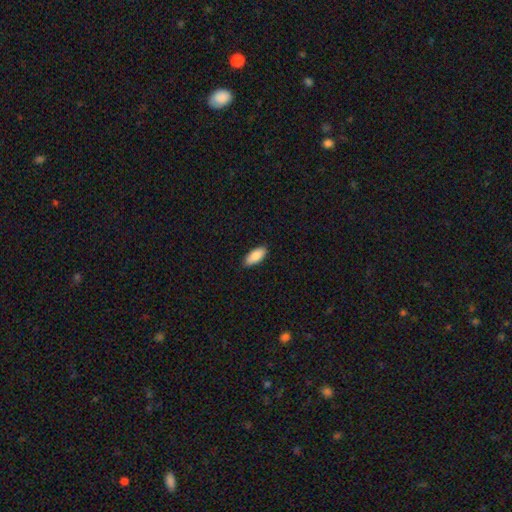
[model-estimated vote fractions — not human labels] smooth-or-featured: smooth: 87% | featured or disk: 7% | star or artifact: 6%
  how-rounded: in between: 88% | cigar-shaped: 10% | round: 2%
  merging: none: 88% | minor disturbance: 9% | major disturbance: 2% | merger: 1%